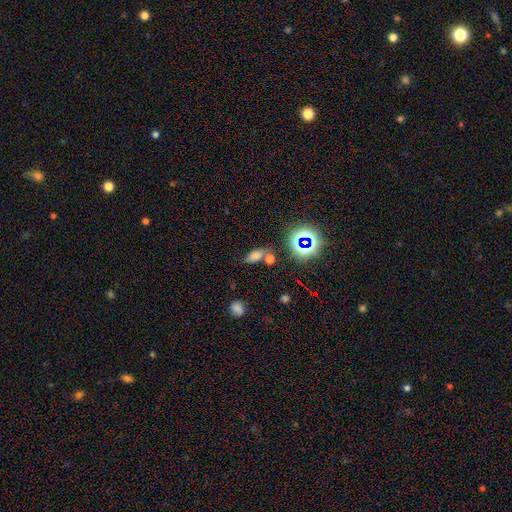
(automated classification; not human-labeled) Morphology: type=smooth (65%); roundness=in between (81%); merging=none (63%).